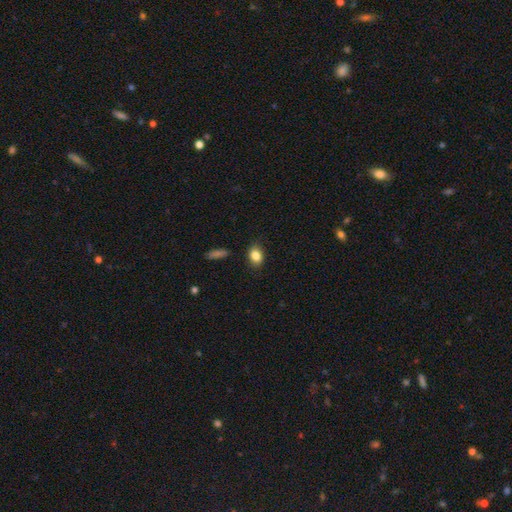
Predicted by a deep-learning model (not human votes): Smooth or featured? Predicted: smooth (p=0.84). How rounded? Predicted: in between (p=0.68). Merging? Predicted: none (p=0.85).